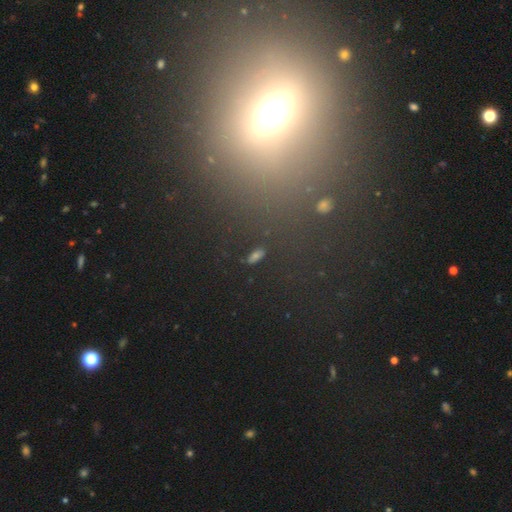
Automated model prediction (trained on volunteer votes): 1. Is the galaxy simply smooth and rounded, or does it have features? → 57% star or artifact, 30% smooth, 13% featured or disk.